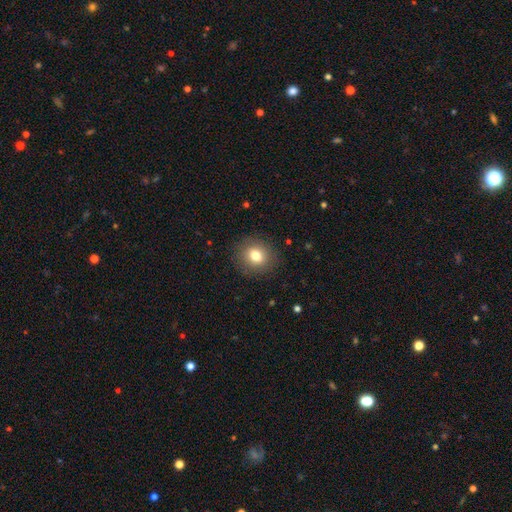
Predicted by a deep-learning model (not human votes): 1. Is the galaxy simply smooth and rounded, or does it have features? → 79% smooth, 10% star or artifact, 10% featured or disk.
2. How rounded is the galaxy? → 79% round, 20% in between, 1% cigar-shaped.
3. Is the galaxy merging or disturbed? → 88% none, 8% minor disturbance, 3% major disturbance, 1% merger.